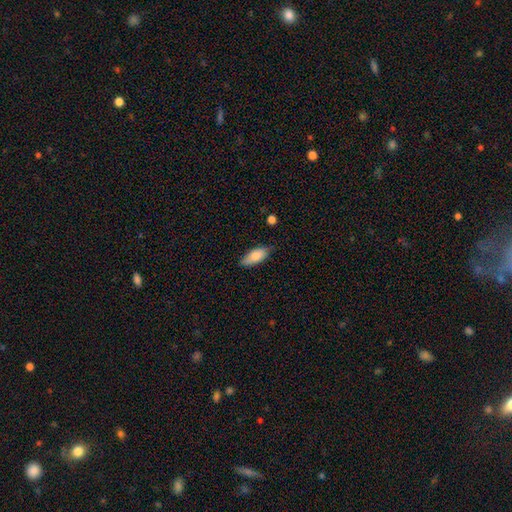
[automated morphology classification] A smooth galaxy with no disk features (82%) that is in between round and cigar-shaped (84%). Merging: none (76%).